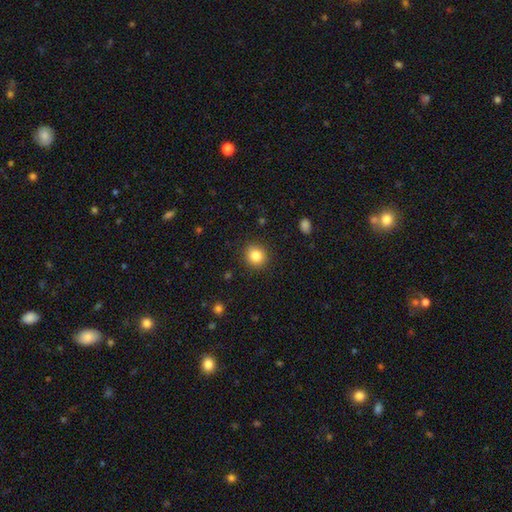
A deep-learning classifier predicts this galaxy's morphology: The model was most divided on "how rounded": round: 86%, in between: 13%, cigar-shaped: 1%. More confident: merging — none (90%); smooth or featured — smooth (84%).